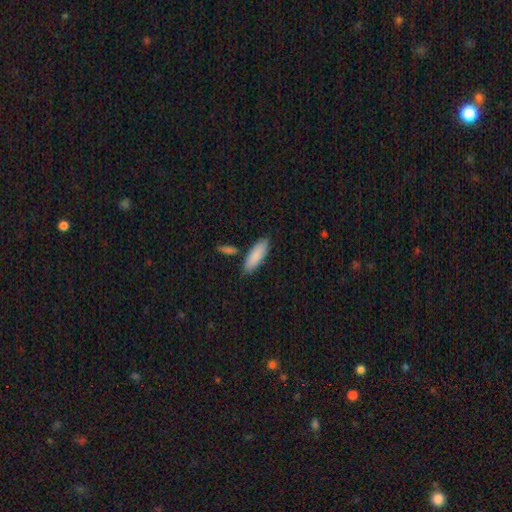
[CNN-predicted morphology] A smooth galaxy with no disk features (86%) that is in between round and cigar-shaped (63%). Merging: none (78%).